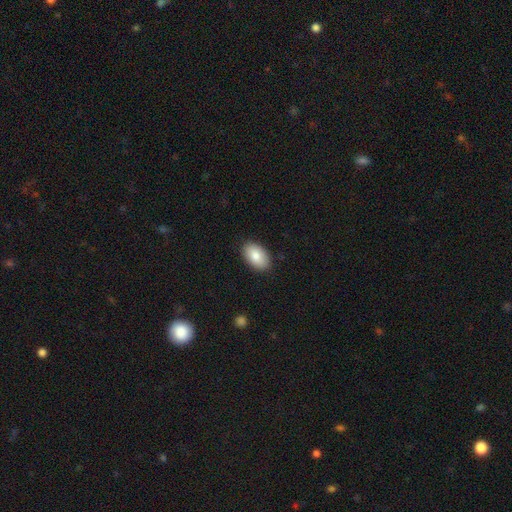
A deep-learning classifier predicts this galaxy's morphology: The model was most divided on "smooth or featured": smooth: 85%, featured or disk: 9%, star or artifact: 6%. More confident: how rounded — in between (93%); merging — none (88%).